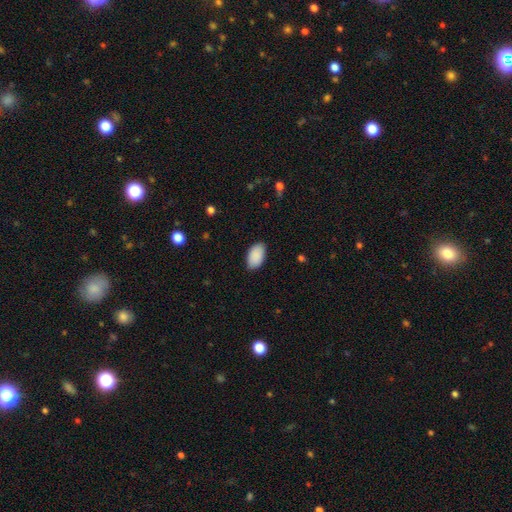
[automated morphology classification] smooth-or-featured: smooth: 91% | star or artifact: 6% | featured or disk: 3%
  how-rounded: in between: 95% | round: 4% | cigar-shaped: 1%
  merging: none: 87% | minor disturbance: 10% | major disturbance: 2% | merger: 1%